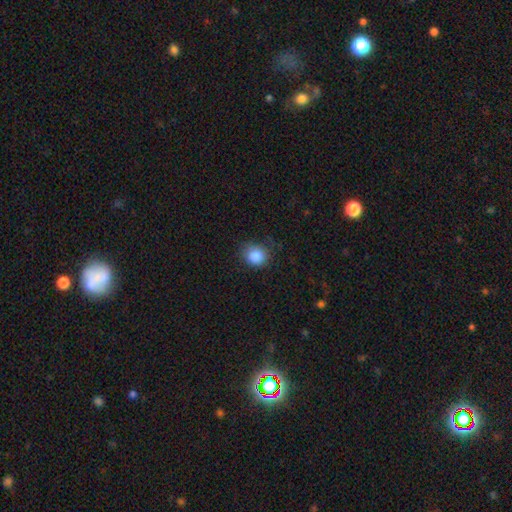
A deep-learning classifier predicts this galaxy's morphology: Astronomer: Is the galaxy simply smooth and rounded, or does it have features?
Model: smooth — 86%.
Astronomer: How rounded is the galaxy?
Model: round — 73%.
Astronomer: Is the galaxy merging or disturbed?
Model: none — 68%.